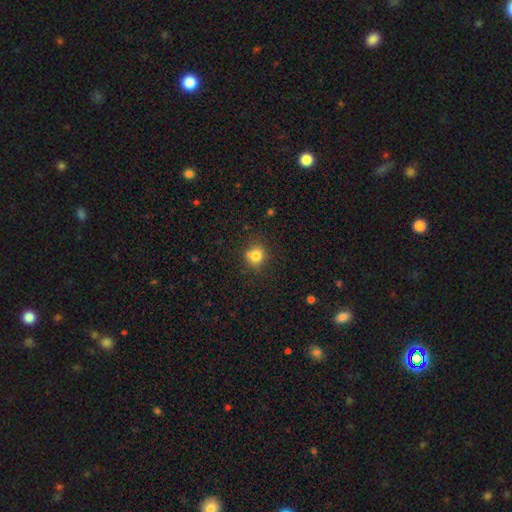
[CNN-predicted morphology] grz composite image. It shows a smooth galaxy with no disk features (79%) that is round (86%). Merging: none (76%).